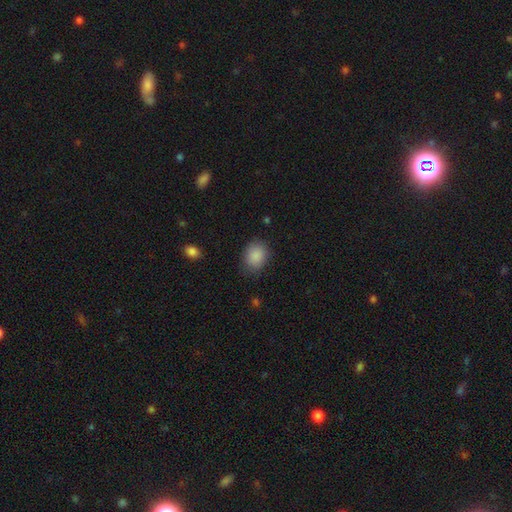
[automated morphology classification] This appears to be a smooth galaxy with no disk features (88%) that is in between round and cigar-shaped (55%). Merging: none (79%).